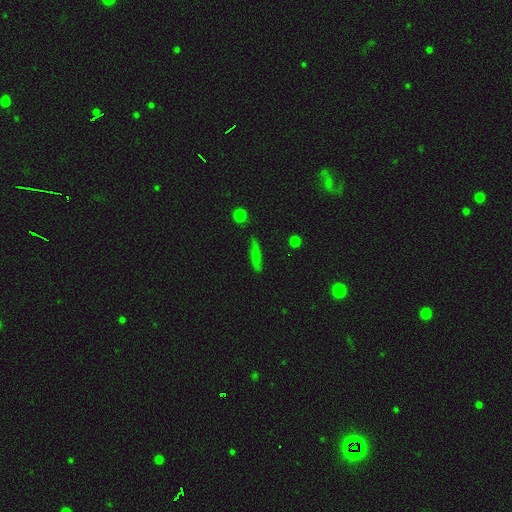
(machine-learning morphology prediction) Smooth or featured? smooth (69%)
How rounded? cigar-shaped (80%)
Merging? none (78%)